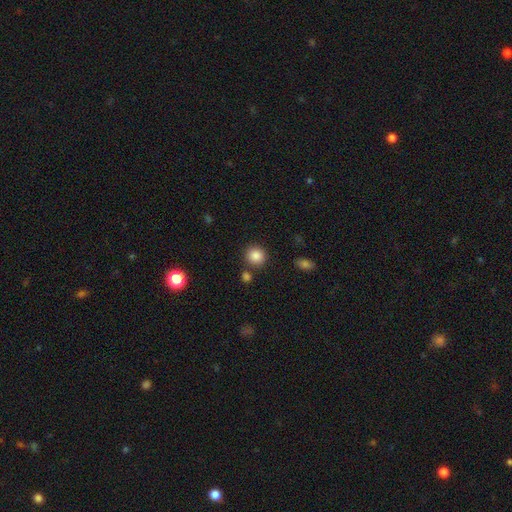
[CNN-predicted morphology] type=smooth (87%); roundness=round (89%); merging=none (82%).